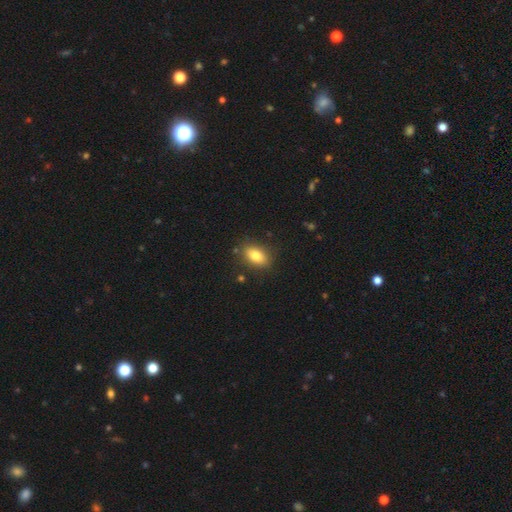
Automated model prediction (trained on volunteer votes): A smooth galaxy with no disk features (79%) that is in between round and cigar-shaped (86%). Merging: none (84%).